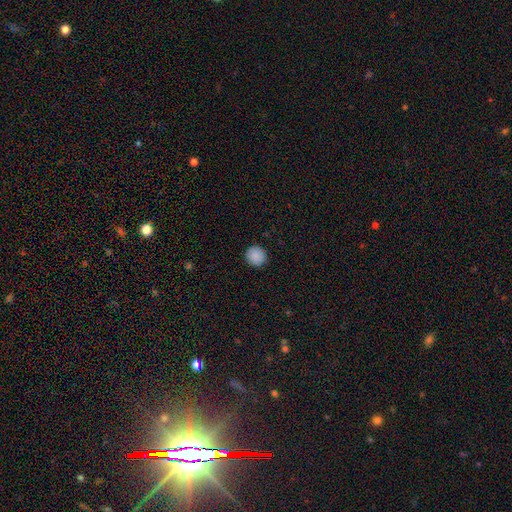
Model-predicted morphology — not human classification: Smooth or featured: smooth — 89% (star or artifact — 8%)
How rounded: round — 93% (in between — 6%)
Merging: none — 92% (minor disturbance — 6%)